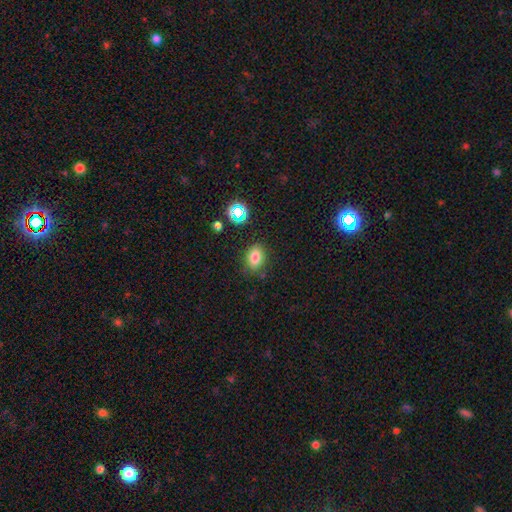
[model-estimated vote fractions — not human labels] Smooth or featured? smooth (78%)
How rounded? in between (76%)
Merging? none (82%)